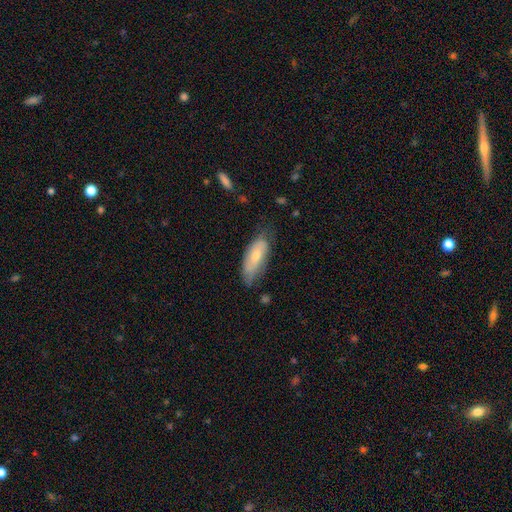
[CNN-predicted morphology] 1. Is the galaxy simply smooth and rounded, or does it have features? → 63% smooth, 31% featured or disk, 6% star or artifact.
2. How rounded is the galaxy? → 74% in between, 24% cigar-shaped, 2% round.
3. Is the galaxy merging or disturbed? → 57% none, 33% minor disturbance, 9% major disturbance, 2% merger.